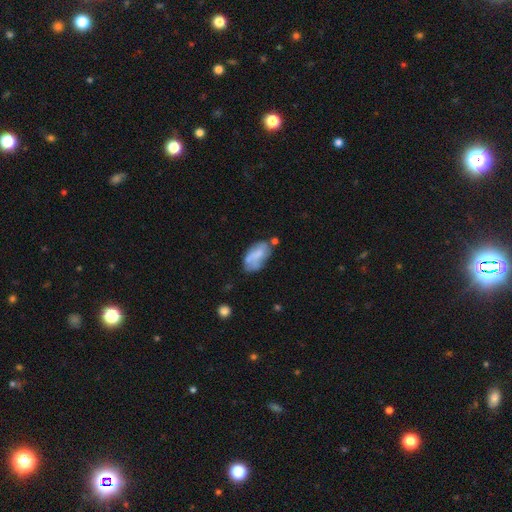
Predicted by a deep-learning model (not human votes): This is possibly a smooth galaxy (59%). How rounded: clearly in between (93%). Merging: marginally none (43%).